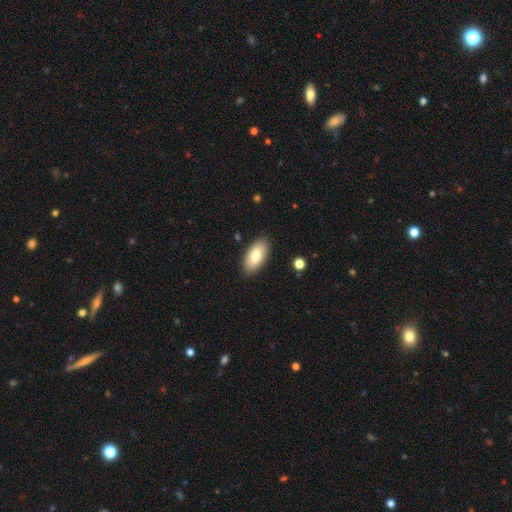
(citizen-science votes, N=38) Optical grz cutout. It shows a smooth galaxy with no disk features (66%) that is in between round and cigar-shaped (100%). Merging: none (92%).